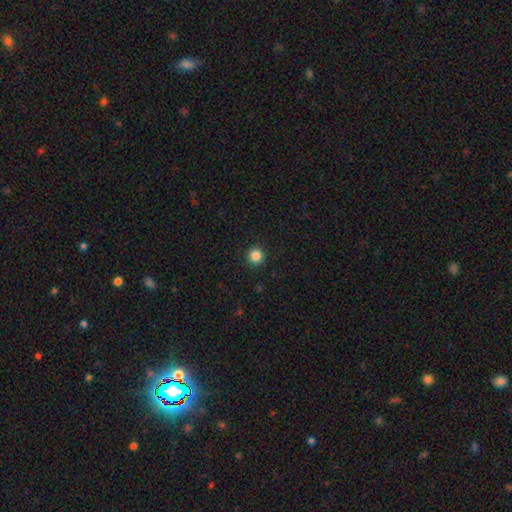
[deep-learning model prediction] smooth 85%, star or artifact 11%, featured or disk 3%. Down the decision tree: how rounded — round (94%); merging — none (92%).